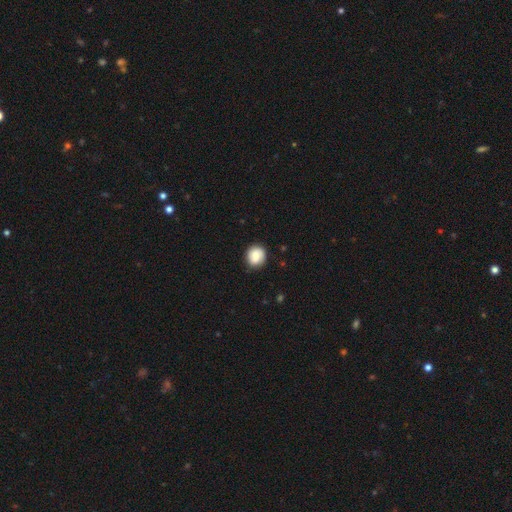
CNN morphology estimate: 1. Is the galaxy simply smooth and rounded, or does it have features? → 71% smooth, 21% featured or disk, 8% star or artifact.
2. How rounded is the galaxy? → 84% round, 15% in between, 1% cigar-shaped.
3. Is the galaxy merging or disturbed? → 84% none, 12% minor disturbance, 3% major disturbance, 1% merger.